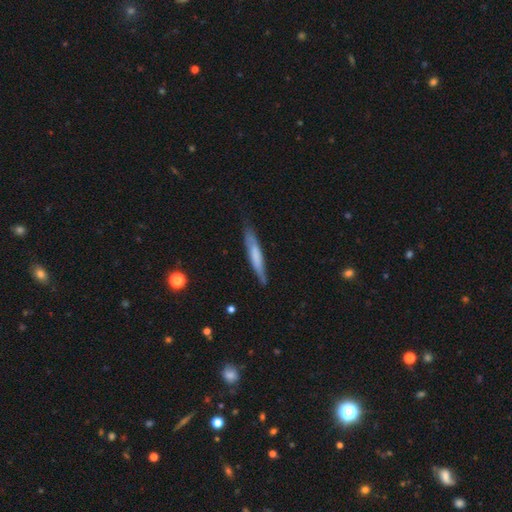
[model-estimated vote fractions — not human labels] The model was most divided on "smooth or featured": smooth: 58%, featured or disk: 36%, star or artifact: 6%. More confident: how rounded — cigar-shaped (91%); merging — none (80%).